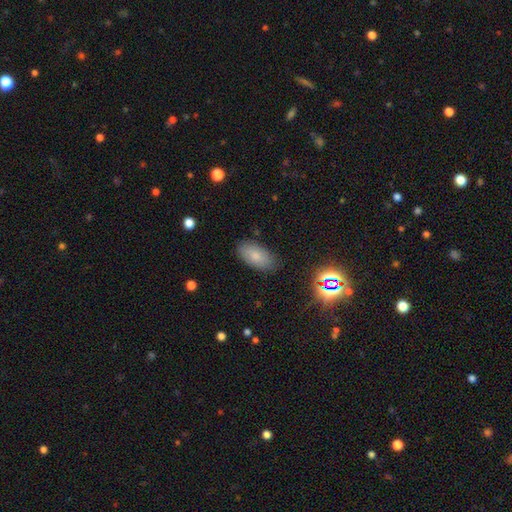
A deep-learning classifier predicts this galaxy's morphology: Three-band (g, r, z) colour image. It shows a smooth galaxy with no disk features (79%) that is in between round and cigar-shaped (93%). Merging: none (83%).